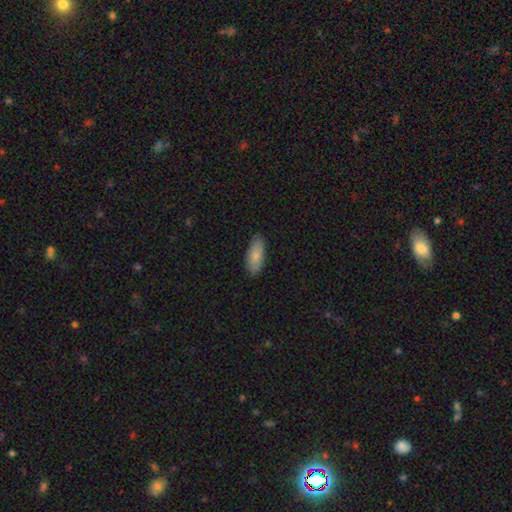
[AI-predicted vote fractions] Smooth or featured: smooth — 82% (featured or disk — 13%)
How rounded: in between — 83% (cigar-shaped — 15%)
Merging: none — 86% (minor disturbance — 11%)